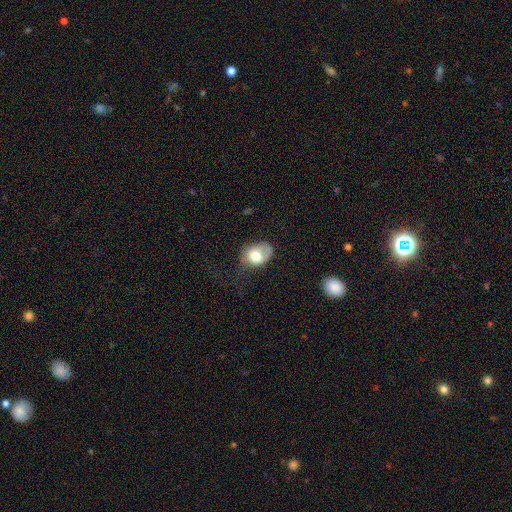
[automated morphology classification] Q: Smooth or featured?
A: smooth (71%); runner-up: featured or disk (21%)
Q: How rounded?
A: in between (65%); runner-up: round (34%)
Q: Merging?
A: minor disturbance (34%); runner-up: none (32%)